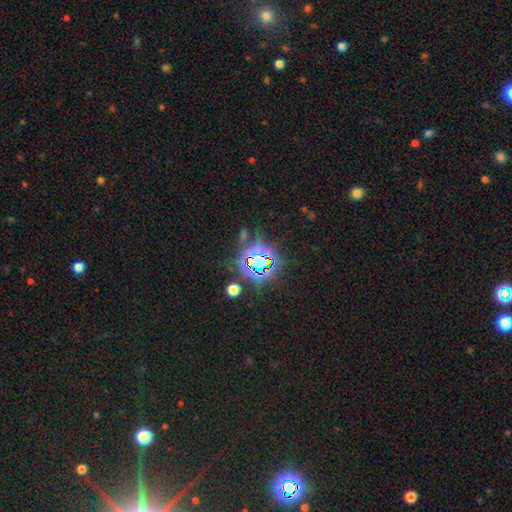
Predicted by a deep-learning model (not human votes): smooth_or_featured: star or artifact (p=0.76) [alt: smooth p=0.15]